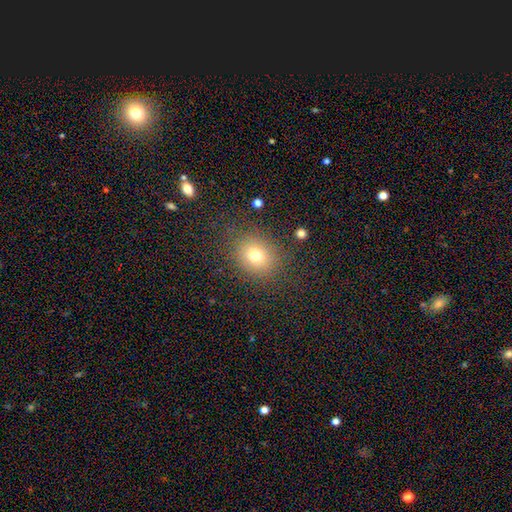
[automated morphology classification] smooth_or_featured: smooth (p=0.74) [alt: star or artifact p=0.15]
how_rounded: round (p=0.62) [alt: in between p=0.37]
merging: none (p=0.82) [alt: minor disturbance p=0.11]